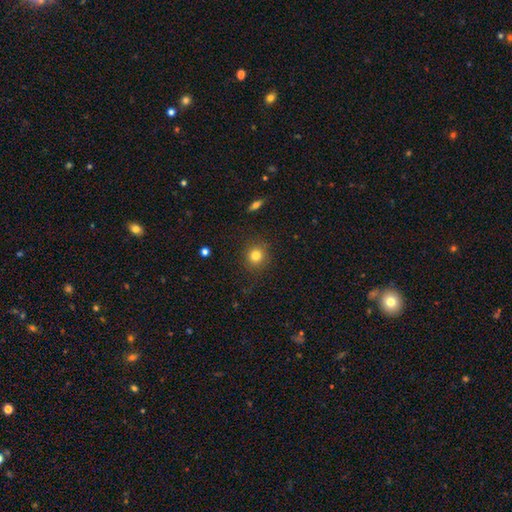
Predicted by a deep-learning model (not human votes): Smooth or featured: smooth — 81% (star or artifact — 12%)
How rounded: round — 89% (in between — 10%)
Merging: none — 86% (minor disturbance — 10%)